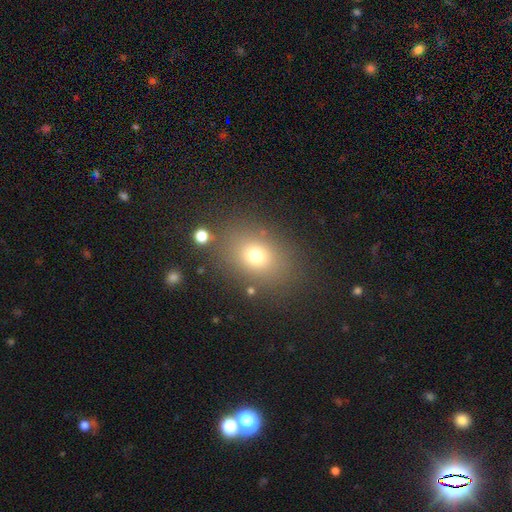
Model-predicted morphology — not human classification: Smooth or featured?
  - smooth: 71% *
  - star or artifact: 17%
  - featured or disk: 12%
How rounded?
  - in between: 55% *
  - round: 44%
  - cigar-shaped: 1%
Merging?
  - none: 81% *
  - minor disturbance: 10%
  - major disturbance: 5%
  - merger: 4%